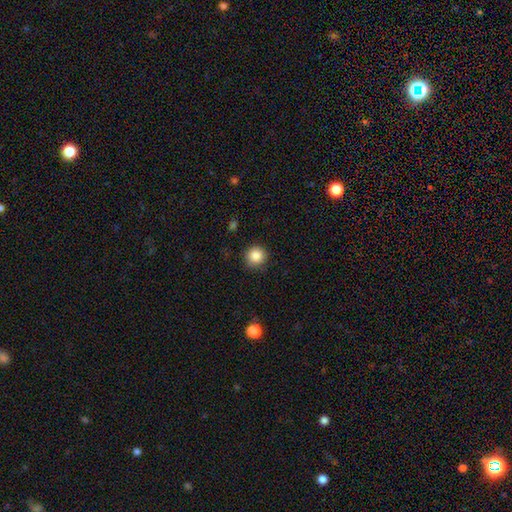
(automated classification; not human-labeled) Smooth or featured? Predicted: smooth (p=0.86). How rounded? Predicted: round (p=0.94). Merging? Predicted: none (p=0.88).